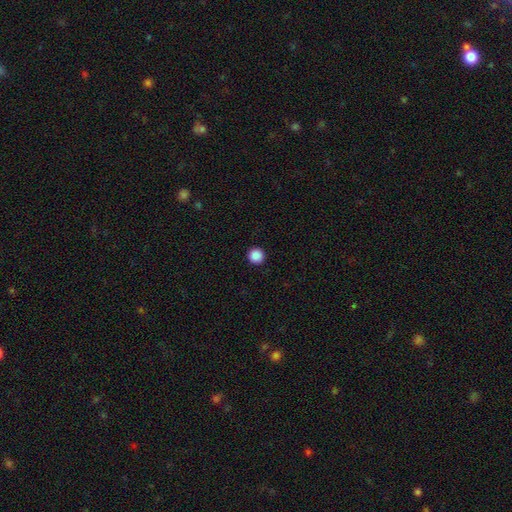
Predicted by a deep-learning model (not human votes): smooth-or-featured: smooth: 88% | star or artifact: 9% | featured or disk: 2%
  how-rounded: round: 96% | in between: 3% | cigar-shaped: 1%
  merging: none: 94% | minor disturbance: 4% | major disturbance: 1% | merger: 1%